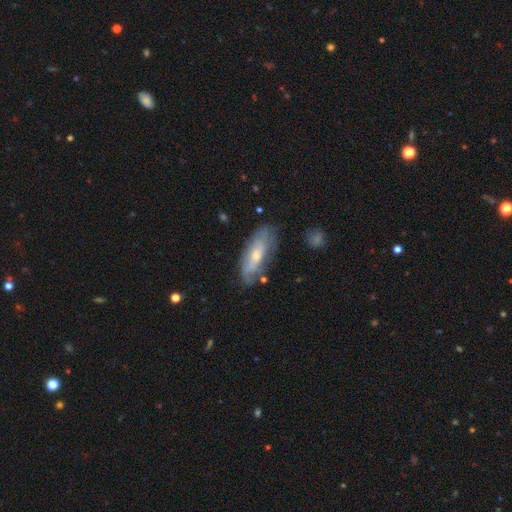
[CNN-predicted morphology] smooth 47%, featured or disk 46%, star or artifact 7%. Down the decision tree: merging — none (64%).